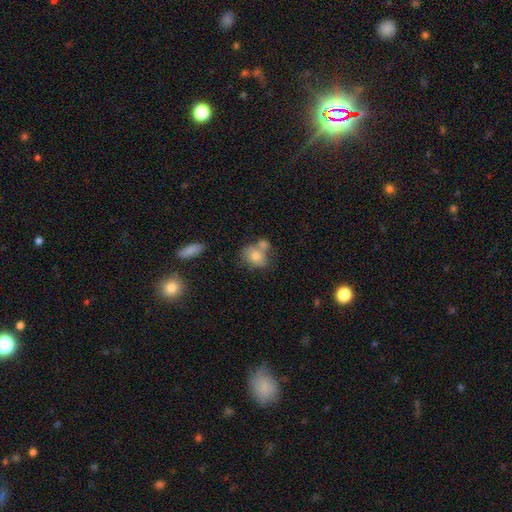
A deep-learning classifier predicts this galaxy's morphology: A smooth galaxy with no disk features (76%) that is in between round and cigar-shaped (58%). Merging: none (43%).